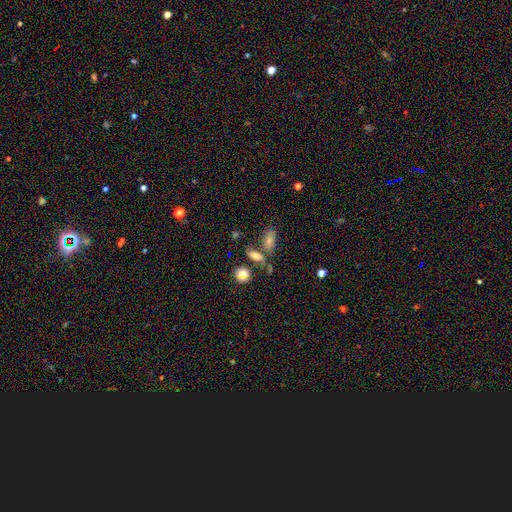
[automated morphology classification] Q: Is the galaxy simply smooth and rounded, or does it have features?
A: smooth — 72%.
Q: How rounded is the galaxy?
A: in between — 72%.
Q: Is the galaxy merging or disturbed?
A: none — 52%.